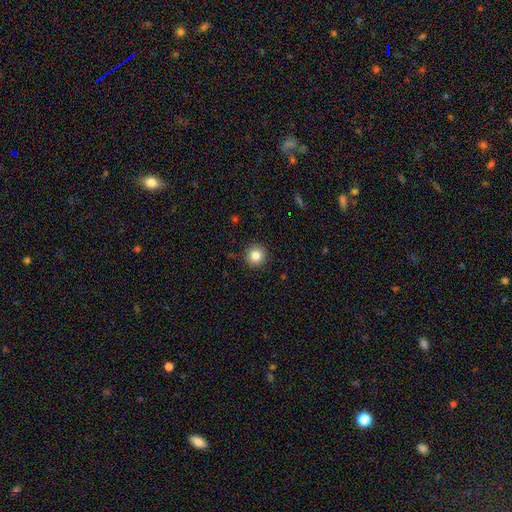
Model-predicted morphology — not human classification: smooth 83%, star or artifact 10%, featured or disk 7%. Down the decision tree: how rounded — round (94%); merging — none (90%).